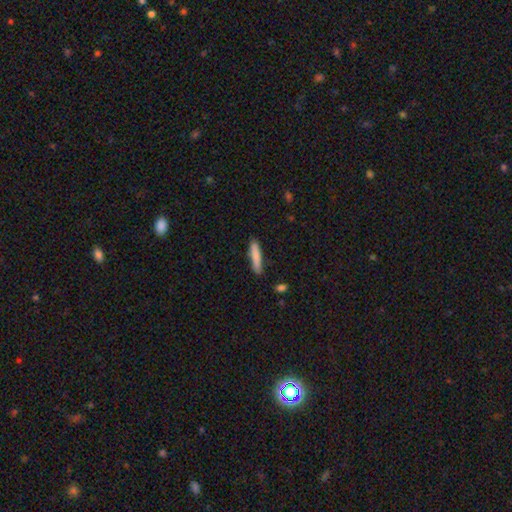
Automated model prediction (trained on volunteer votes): Q: Smooth or featured?
A: smooth (83%); runner-up: featured or disk (11%)
Q: How rounded?
A: cigar-shaped (87%); runner-up: in between (12%)
Q: Merging?
A: none (84%); runner-up: minor disturbance (12%)